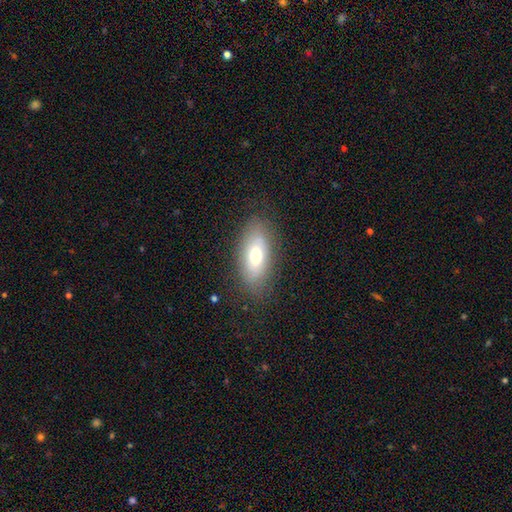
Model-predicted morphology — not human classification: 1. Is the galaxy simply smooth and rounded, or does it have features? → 67% smooth, 25% featured or disk, 8% star or artifact.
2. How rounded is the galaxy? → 86% in between, 10% cigar-shaped, 4% round.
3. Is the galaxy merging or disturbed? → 80% none, 14% minor disturbance, 5% major disturbance, 1% merger.